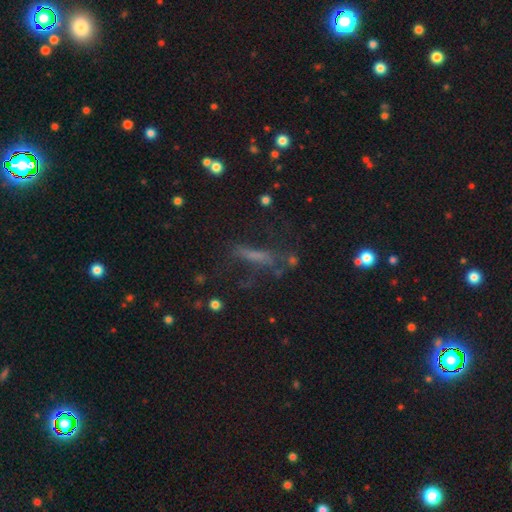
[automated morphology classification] This is possibly a smooth galaxy (46%). Merging: possibly none (54%).